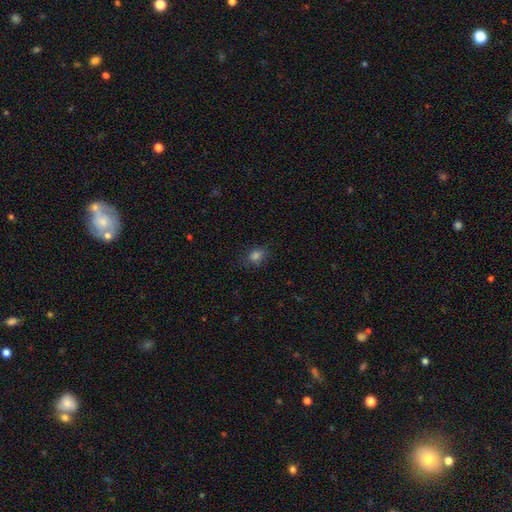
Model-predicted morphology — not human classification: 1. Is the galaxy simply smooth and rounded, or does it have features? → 76% smooth, 17% star or artifact, 7% featured or disk.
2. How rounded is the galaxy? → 63% in between, 35% round, 2% cigar-shaped.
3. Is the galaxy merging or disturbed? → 77% none, 16% minor disturbance, 5% major disturbance, 1% merger.